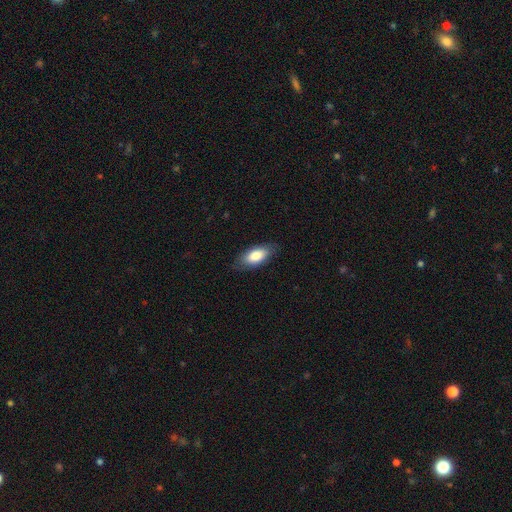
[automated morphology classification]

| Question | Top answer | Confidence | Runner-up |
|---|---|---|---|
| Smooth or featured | smooth | 82% | featured or disk (12%) |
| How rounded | in between | 87% | cigar-shaped (10%) |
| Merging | none | 82% | minor disturbance (14%) |